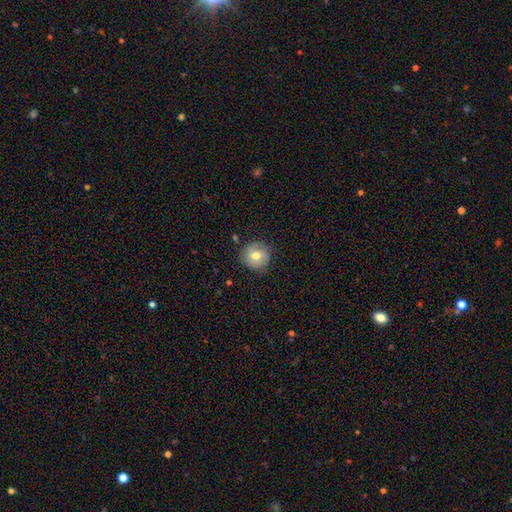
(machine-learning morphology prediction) smooth-or-featured: smooth: 70% | featured or disk: 21% | star or artifact: 9%
  how-rounded: round: 92% | in between: 8% | cigar-shaped: 1%
  merging: none: 81% | minor disturbance: 14% | major disturbance: 3% | merger: 1%